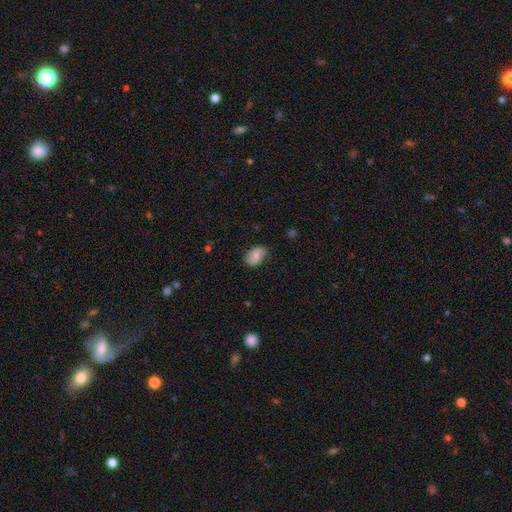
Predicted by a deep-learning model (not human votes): This appears to be a smooth galaxy with no disk features (53%) that is in between round and cigar-shaped (85%). Merging: none (75%).